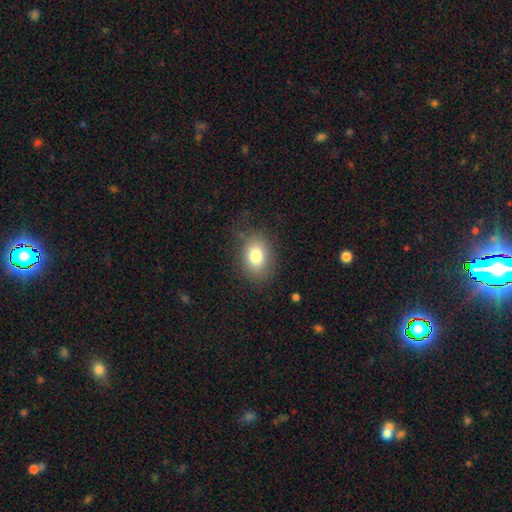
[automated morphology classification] This appears to be a smooth galaxy with no disk features (80%) that is in between round and cigar-shaped (70%). Merging: none (78%).